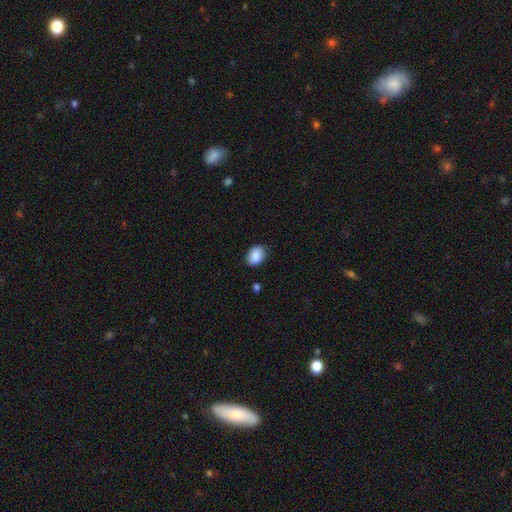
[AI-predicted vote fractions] smooth 88%, star or artifact 7%, featured or disk 5%. Down the decision tree: how rounded — in between (70%); merging — none (84%).